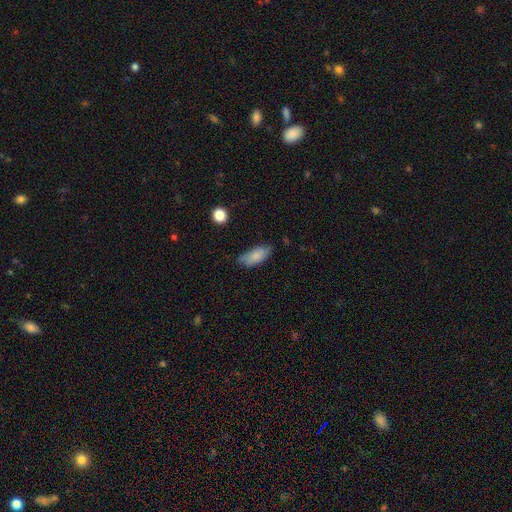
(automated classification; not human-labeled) Morphology: type=smooth (82%); roundness=in between (87%); merging=none (65%).